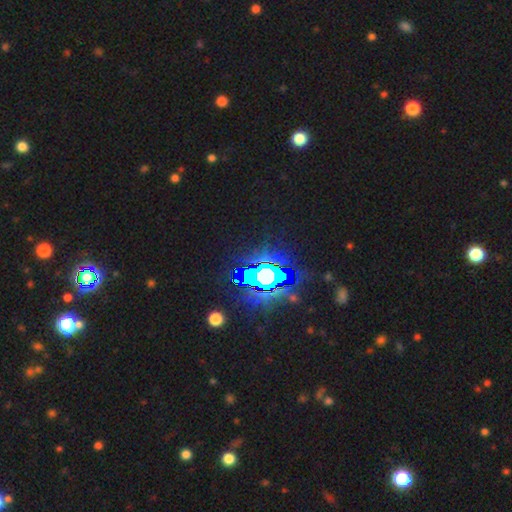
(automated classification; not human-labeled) Smooth or featured?
  - star or artifact: 83% *
  - smooth: 10%
  - featured or disk: 7%